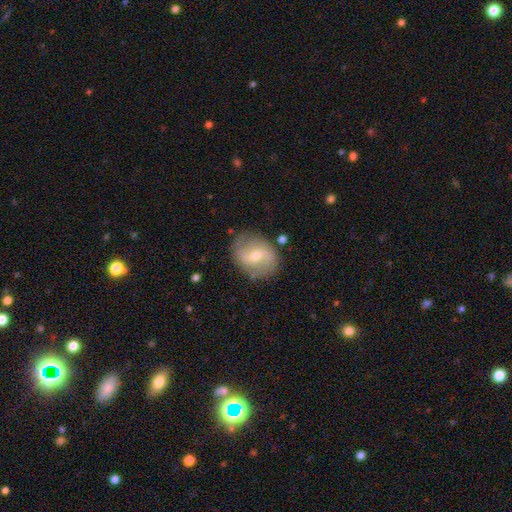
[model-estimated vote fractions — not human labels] This appears to be a featured or disk galaxy (67%) with a weak bar (49%), 2 (85%) loose (44%) spiral arms (84%) and a moderate central bulge (48%, tied with small). Merging: none (78%).